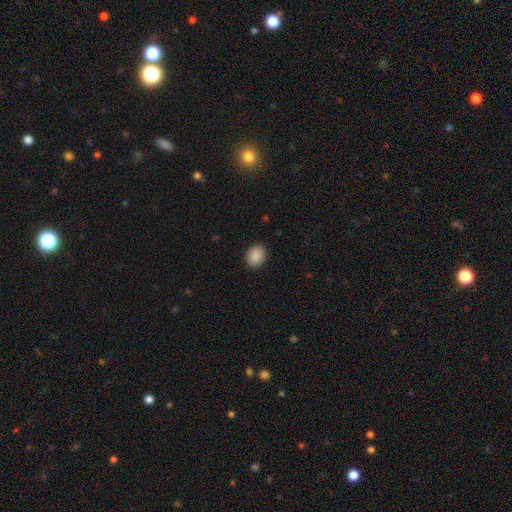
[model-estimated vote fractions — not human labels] This is clearly a smooth galaxy (89%). How rounded: possibly round (50%). Merging: clearly none (90%).